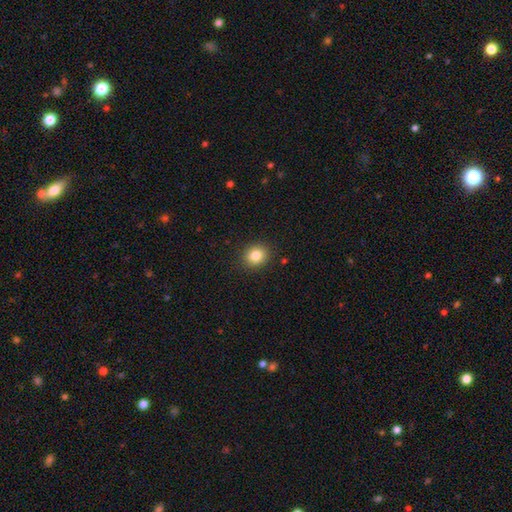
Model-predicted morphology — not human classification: smooth-or-featured: smooth: 83% | star or artifact: 11% | featured or disk: 6%
  how-rounded: round: 74% | in between: 25% | cigar-shaped: 1%
  merging: none: 90% | minor disturbance: 7% | major disturbance: 2% | merger: 1%